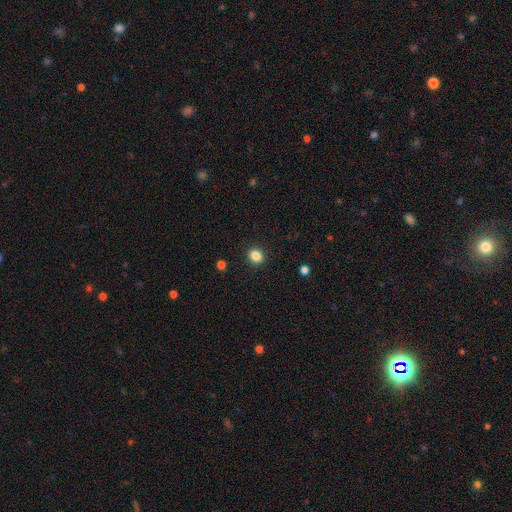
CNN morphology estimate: This is clearly a smooth galaxy (85%). How rounded: likely round (69%). Merging: clearly none (91%).